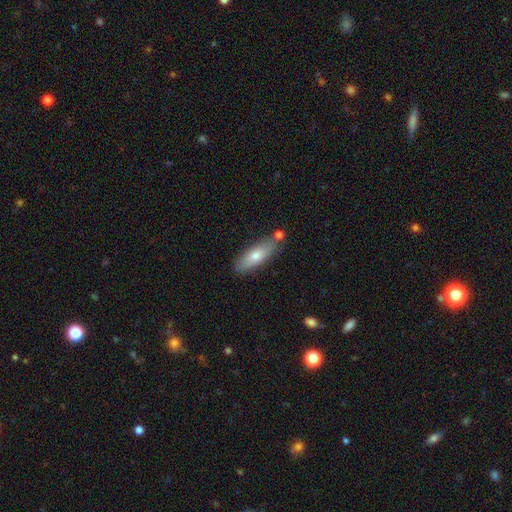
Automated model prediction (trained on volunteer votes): The model was most divided on "how rounded" (2-way tie): cigar-shaped: 49%, in between: 49%, round: 2%. More confident: merging — none (79%); smooth or featured — smooth (64%).